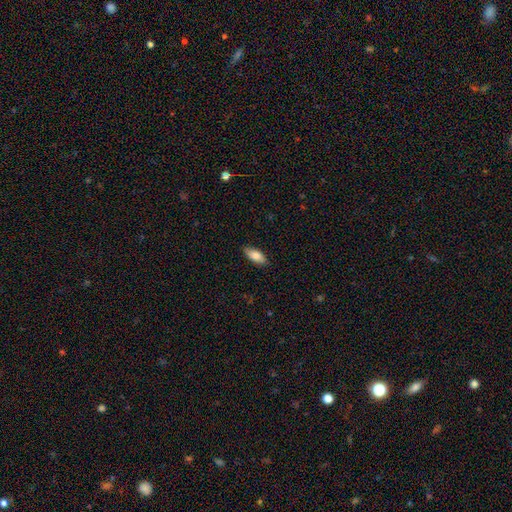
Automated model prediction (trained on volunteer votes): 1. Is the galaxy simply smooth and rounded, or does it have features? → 84% smooth, 10% featured or disk, 6% star or artifact.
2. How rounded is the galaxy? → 82% in between, 16% cigar-shaped, 2% round.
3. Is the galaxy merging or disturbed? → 86% none, 11% minor disturbance, 2% major disturbance, 1% merger.